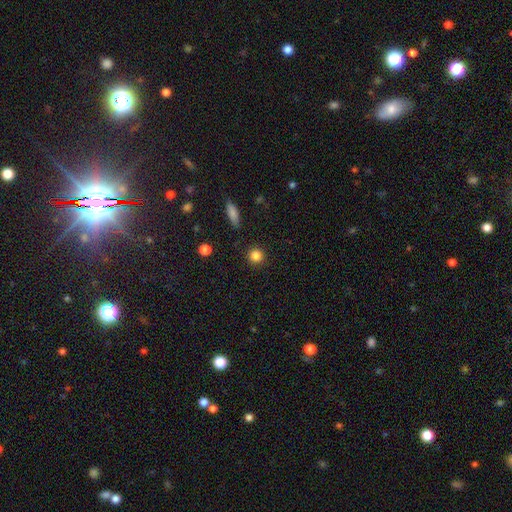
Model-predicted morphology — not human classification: type=smooth (84%); roundness=round (92%); merging=none (90%).